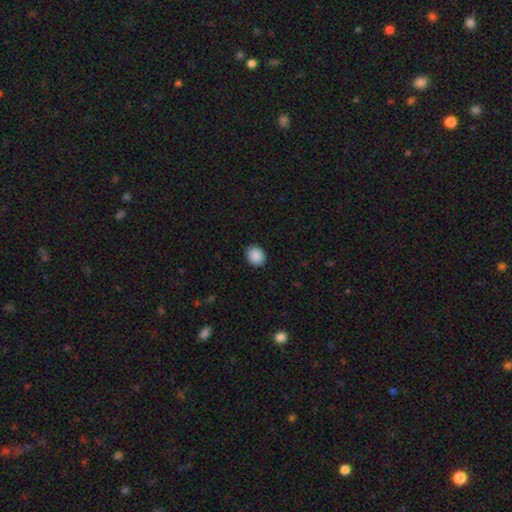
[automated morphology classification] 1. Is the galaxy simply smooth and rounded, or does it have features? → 90% smooth, 8% star or artifact, 3% featured or disk.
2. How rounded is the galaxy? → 51% round, 49% in between, 1% cigar-shaped.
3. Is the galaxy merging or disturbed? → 90% none, 8% minor disturbance, 2% major disturbance, 1% merger.